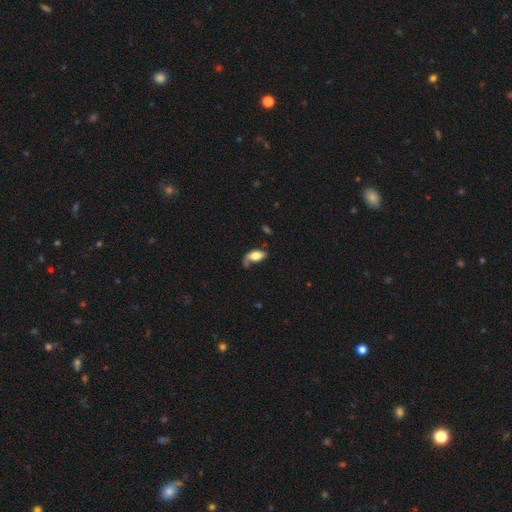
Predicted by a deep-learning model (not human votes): Q: Smooth or featured?
A: smooth (67%); runner-up: featured or disk (26%)
Q: How rounded?
A: in between (89%); runner-up: cigar-shaped (6%)
Q: Merging?
A: none (37%); runner-up: minor disturbance (29%)